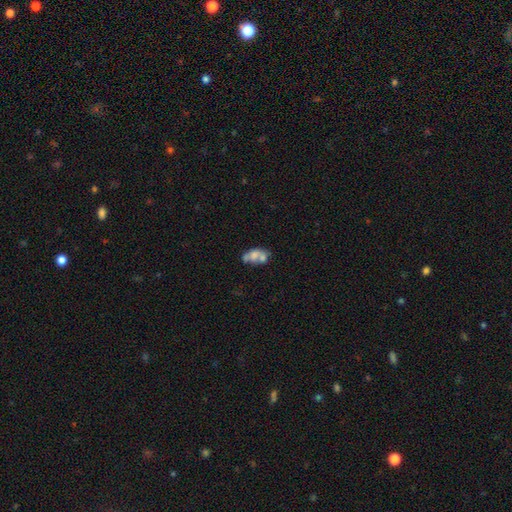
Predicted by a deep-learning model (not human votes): Smooth or featured? smooth (51%)
How rounded? in between (87%)
Merging? merger (41%)